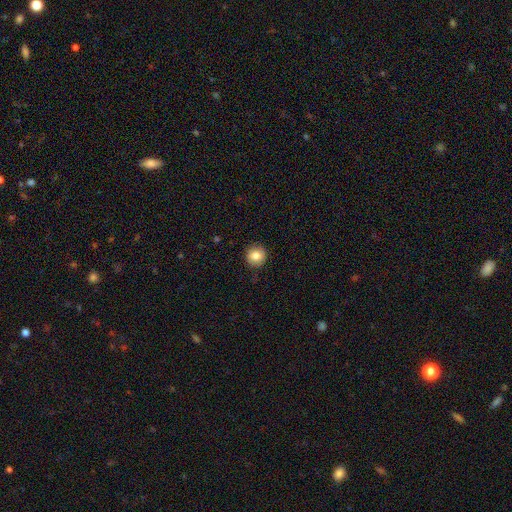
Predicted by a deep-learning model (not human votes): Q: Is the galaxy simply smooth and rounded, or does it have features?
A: smooth — 83%.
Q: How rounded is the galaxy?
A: round — 92%.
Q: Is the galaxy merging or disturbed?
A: none — 88%.